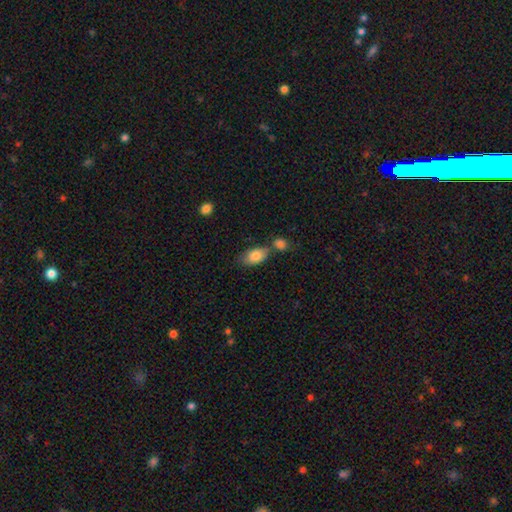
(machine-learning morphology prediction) Q: Smooth or featured?
A: smooth (83%); runner-up: featured or disk (10%)
Q: How rounded?
A: in between (91%); runner-up: round (6%)
Q: Merging?
A: none (53%); runner-up: merger (27%)